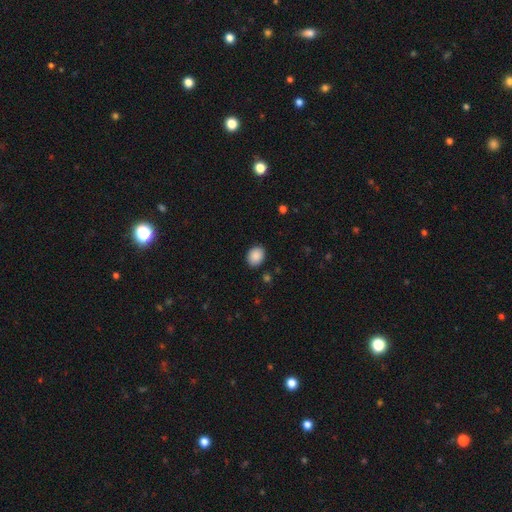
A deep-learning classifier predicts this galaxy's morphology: smooth 89%, star or artifact 8%, featured or disk 3%. Down the decision tree: how rounded — in between (58%); merging — none (88%).